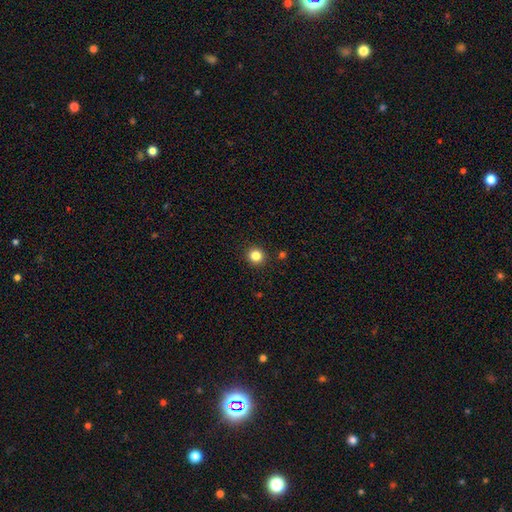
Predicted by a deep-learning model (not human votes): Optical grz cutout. It shows a smooth galaxy with no disk features (82%) that is round (93%). Merging: none (92%).